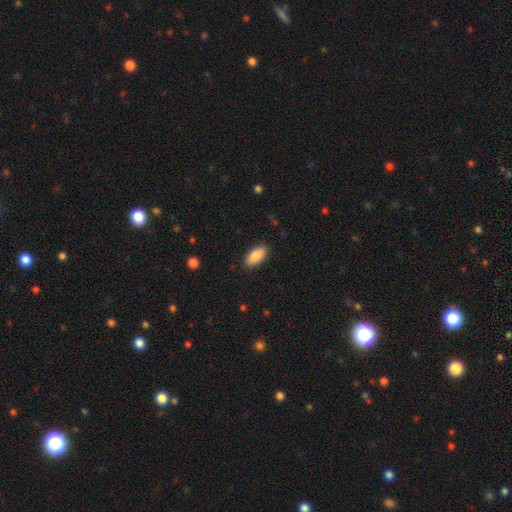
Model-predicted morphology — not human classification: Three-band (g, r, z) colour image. It shows a smooth galaxy with no disk features (86%) that is in between round and cigar-shaped (89%). Merging: none (88%).